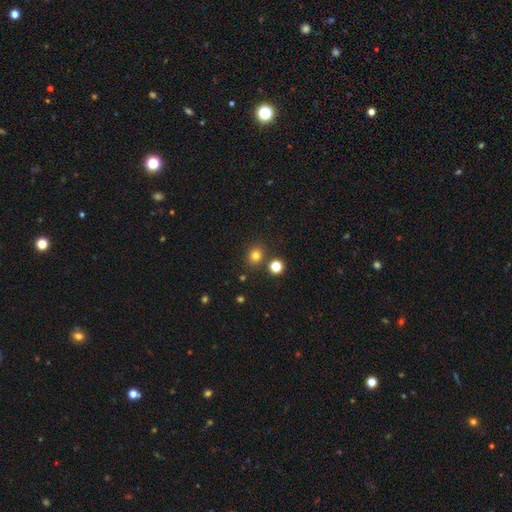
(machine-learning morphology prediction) Smooth or featured: smooth — 79% (star or artifact — 15%)
How rounded: round — 73% (in between — 26%)
Merging: none — 82% (minor disturbance — 9%)